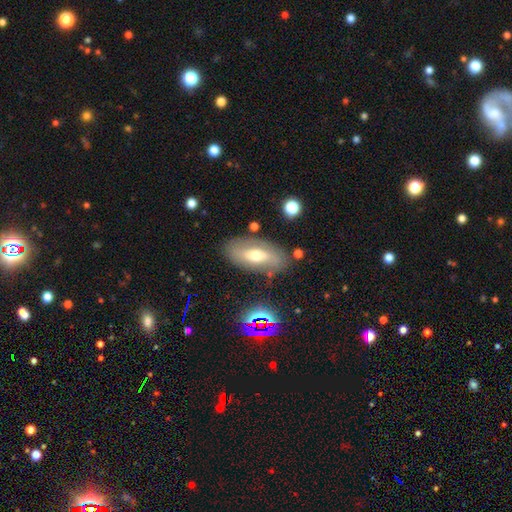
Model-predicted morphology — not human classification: type=featured or disk (49%); merging=none (78%).